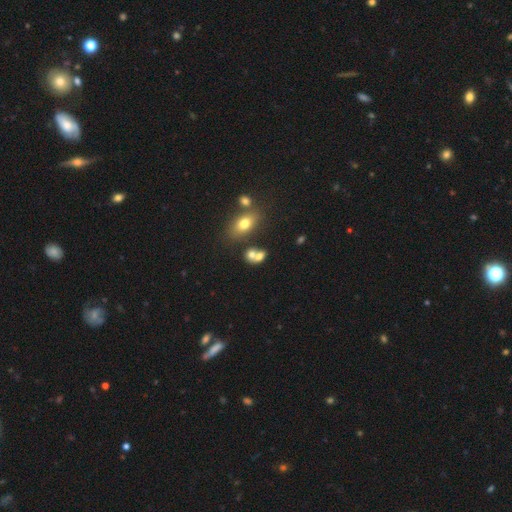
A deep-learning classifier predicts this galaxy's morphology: Smooth or featured? smooth (70%)
How rounded? in between (58%)
Merging? merger (51%)